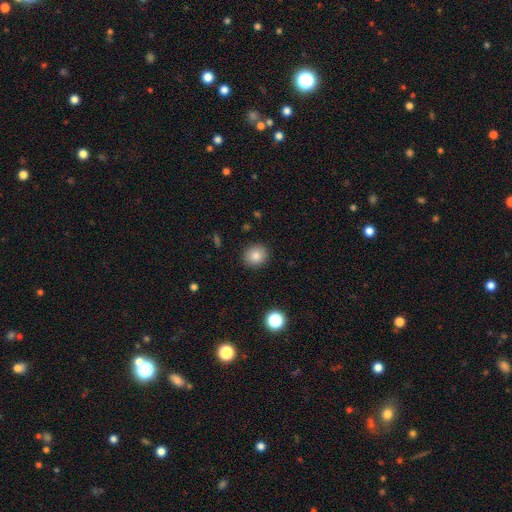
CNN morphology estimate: Overall: smooth (83%). How rounded: round (80%). Merging: none (90%).